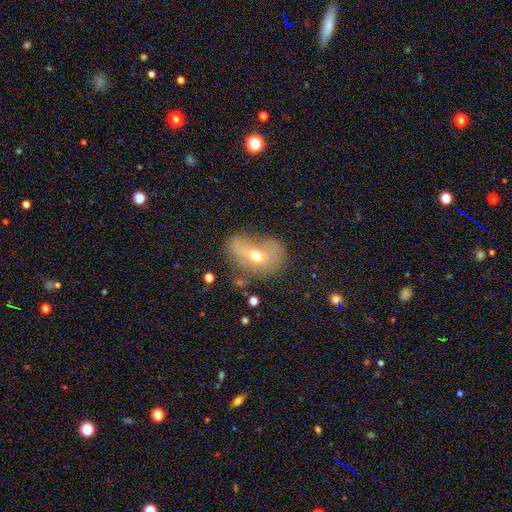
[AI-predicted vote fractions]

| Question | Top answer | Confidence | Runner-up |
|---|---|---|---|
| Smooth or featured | smooth | 58% | featured or disk (28%) |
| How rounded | in between | 69% | round (29%) |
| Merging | none | 38% | minor disturbance (28%) |